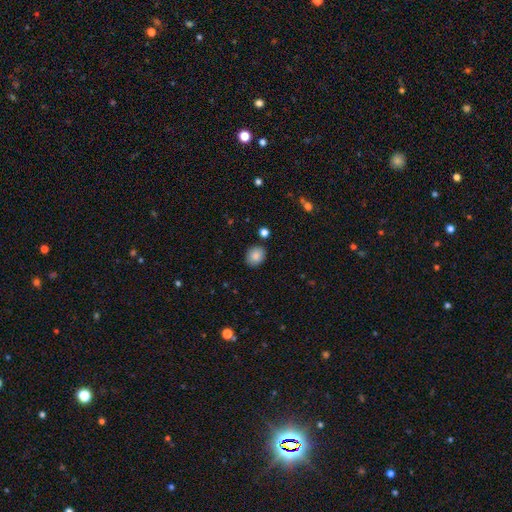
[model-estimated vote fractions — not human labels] The model was most divided on "how rounded": round: 56%, in between: 43%, cigar-shaped: 1%. More confident: merging — none (86%); smooth or featured — smooth (86%).